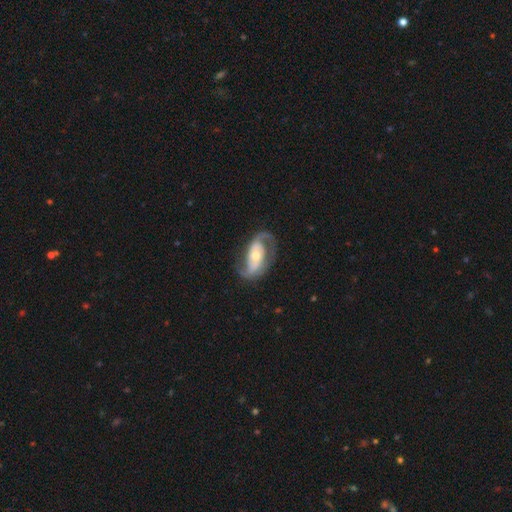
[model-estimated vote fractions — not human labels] Smooth or featured: featured or disk — 84% (smooth — 12%)
Edge-on disk: no — 96% (yes — 4%)
Bar: no — 55% (weak — 27%)
Spiral arms: yes — 92% (no — 8%)
Spiral winding: medium — 45% (loose — 36%)
Spiral arm count: 2 — 87% (1 — 5%)
Bulge size: moderate — 63% (small — 28%)
Merging: none — 69% (minor disturbance — 17%)